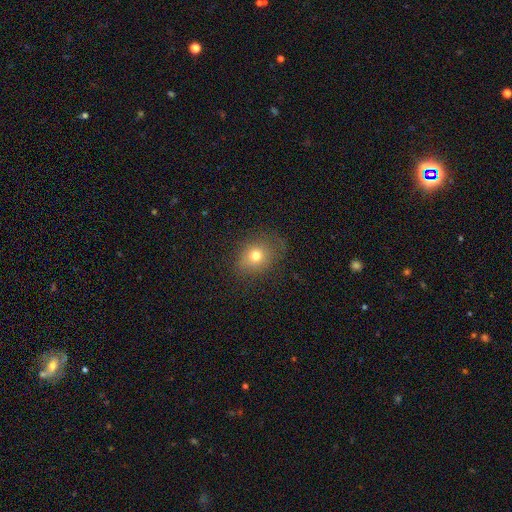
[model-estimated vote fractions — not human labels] smooth 72%, star or artifact 15%, featured or disk 13%. Down the decision tree: how rounded — round (54%); merging — none (71%).